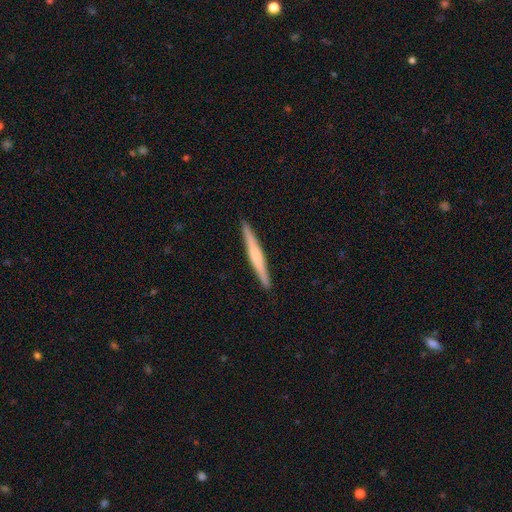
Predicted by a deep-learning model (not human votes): Overall: featured or disk (53%; smooth 42%). Edge-on disk: yes (98%). Edge-on bulge: rounded (42%; none 39%). Merging: none (92%).